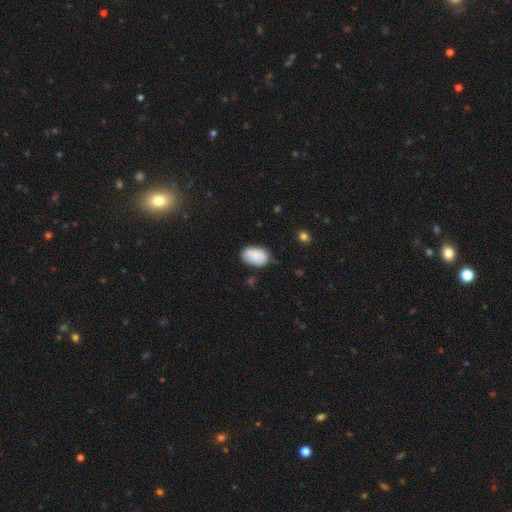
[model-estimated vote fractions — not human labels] smooth 80%, featured or disk 13%, star or artifact 7%. Down the decision tree: how rounded — in between (90%); merging — none (64%).